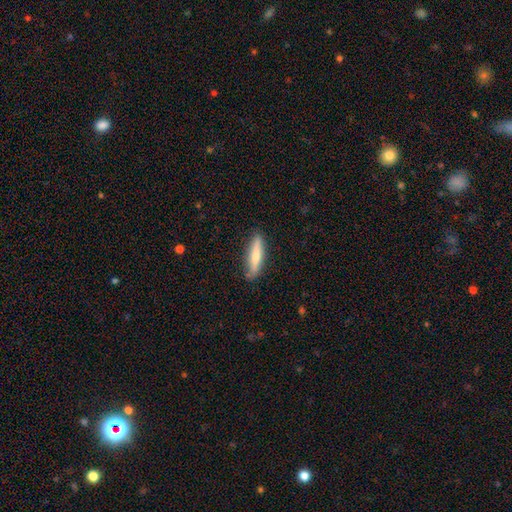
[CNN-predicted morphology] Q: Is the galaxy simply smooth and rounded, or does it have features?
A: smooth — 64%.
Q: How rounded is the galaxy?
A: cigar-shaped — 80%.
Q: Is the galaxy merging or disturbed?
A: none — 84%.